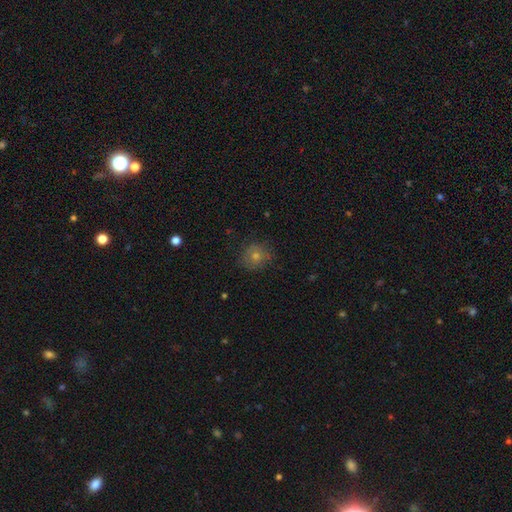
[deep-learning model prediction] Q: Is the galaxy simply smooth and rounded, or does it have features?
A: smooth — 61%.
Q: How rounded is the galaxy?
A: round — 84%.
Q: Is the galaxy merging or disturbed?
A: none — 81%.